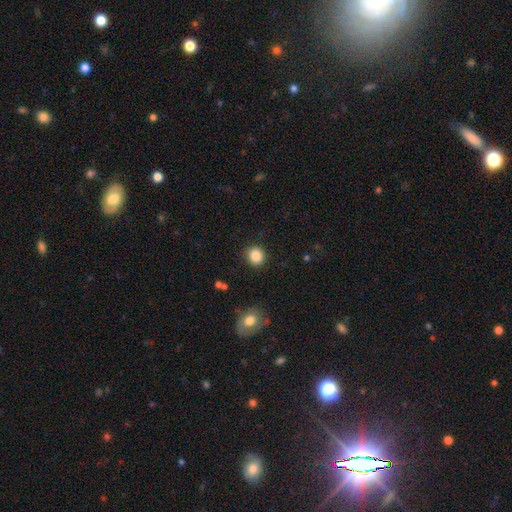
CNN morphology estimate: This appears to be a smooth galaxy with no disk features (86%) that is round (85%). Merging: none (89%).